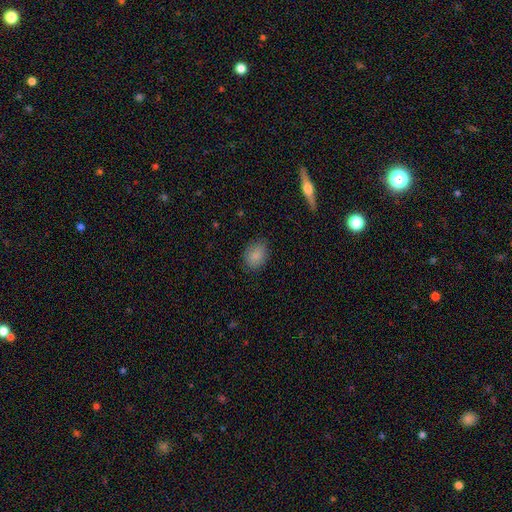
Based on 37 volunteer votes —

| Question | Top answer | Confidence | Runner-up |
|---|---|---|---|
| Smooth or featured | smooth | 84% | featured or disk (11%) |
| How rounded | in between | 77% | round (23%) |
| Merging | none | 74% | minor disturbance (17%) |